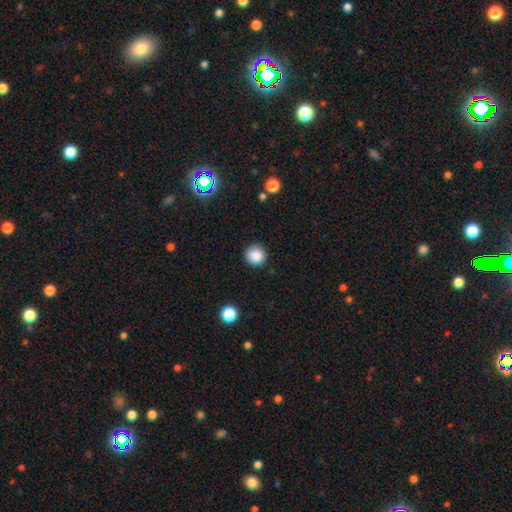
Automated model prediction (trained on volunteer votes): Smooth or featured? smooth (87%)
How rounded? round (95%)
Merging? none (90%)